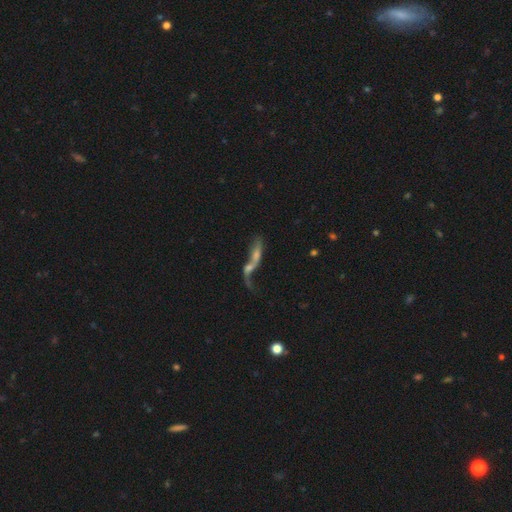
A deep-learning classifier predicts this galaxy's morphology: Smooth or featured? Predicted: featured or disk (p=0.52). Edge-on disk? Predicted: no (p=0.67). Merging? Predicted: merger (p=0.60).